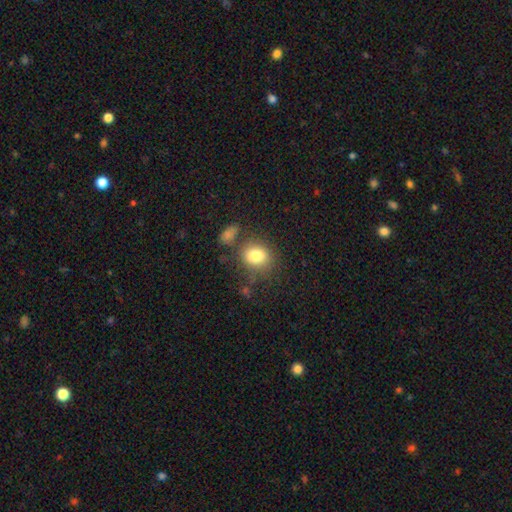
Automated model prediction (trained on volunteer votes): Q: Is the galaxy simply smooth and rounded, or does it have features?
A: smooth — 81%.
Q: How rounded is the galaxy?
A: round — 66%.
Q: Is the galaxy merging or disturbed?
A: none — 70%.